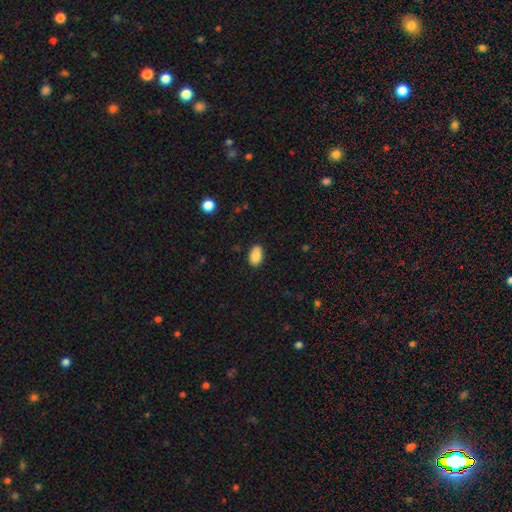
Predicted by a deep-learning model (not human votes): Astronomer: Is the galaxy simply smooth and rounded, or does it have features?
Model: smooth — 88%.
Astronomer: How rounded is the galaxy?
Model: in between — 92%.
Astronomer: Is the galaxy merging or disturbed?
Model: none — 85%.